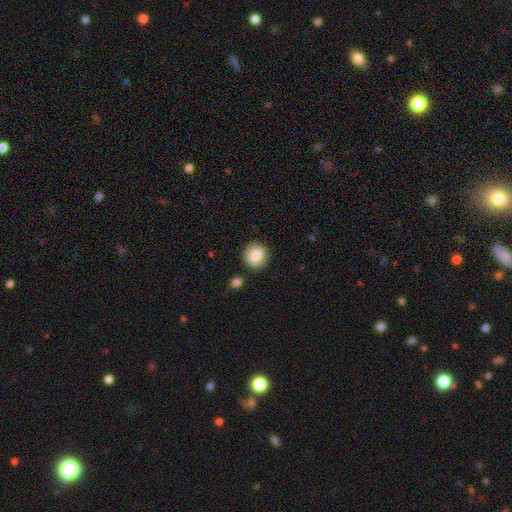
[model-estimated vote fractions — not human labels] A smooth galaxy with no disk features (83%) that is round (90%).

Vote fractions:
- Smooth or featured? smooth: 83% / featured or disk: 9% / star or artifact: 8%
- How rounded? round: 90% / in between: 9% / cigar-shaped: 1%
- Merging? none: 86% / minor disturbance: 9% / merger: 3% / major disturbance: 2%